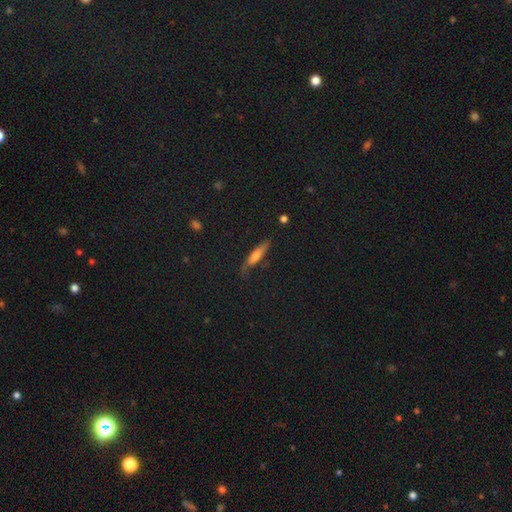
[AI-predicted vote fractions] Q: Smooth or featured?
A: smooth (52%); runner-up: featured or disk (37%)
Q: How rounded?
A: cigar-shaped (79%); runner-up: in between (19%)
Q: Merging?
A: none (70%); runner-up: minor disturbance (22%)